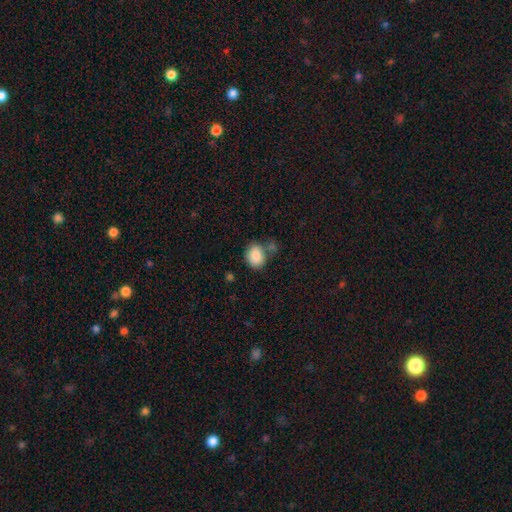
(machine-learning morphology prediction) This is clearly a smooth galaxy (86%). How rounded: possibly in between (58%). Merging: likely none (62%).